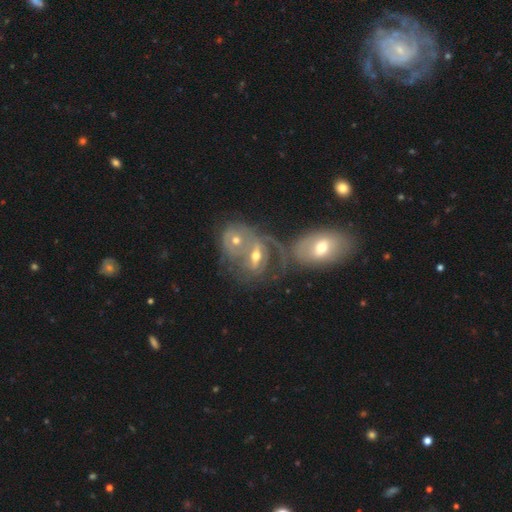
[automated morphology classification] This is likely a featured or disk galaxy (69%). It is clearly not viewed edge-on (94%). Bar: marginally no (41%). Spiral arm pattern: likely yes (64%). Central bulge: likely moderate (62%). Merging: likely merger (63%).